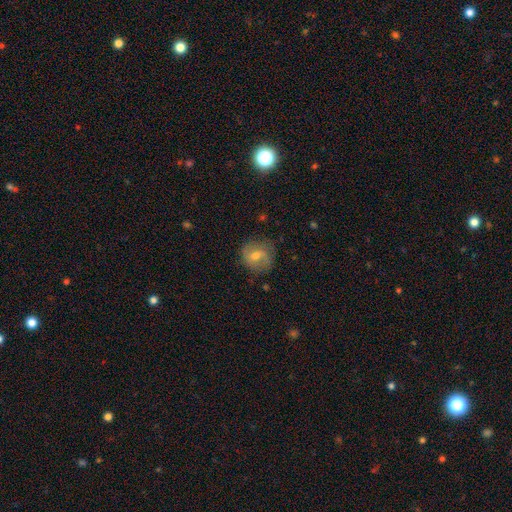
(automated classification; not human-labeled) This appears to be a smooth galaxy with no disk features (47%). Merging: none (75%).